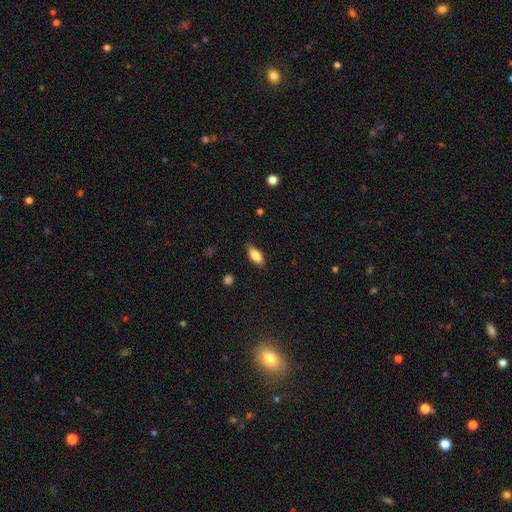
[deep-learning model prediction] smooth_or_featured: smooth (p=0.83) [alt: featured or disk p=0.11]
how_rounded: in between (p=0.85) [alt: cigar-shaped p=0.12]
merging: none (p=0.85) [alt: minor disturbance p=0.12]